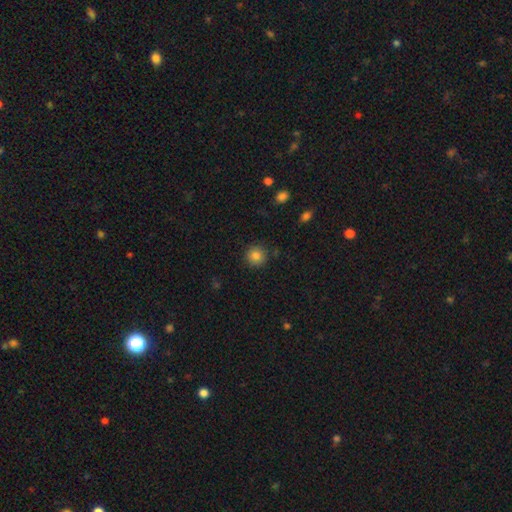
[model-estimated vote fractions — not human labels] Smooth or featured: smooth — 84% (star or artifact — 10%)
How rounded: round — 94% (in between — 5%)
Merging: none — 89% (minor disturbance — 8%)